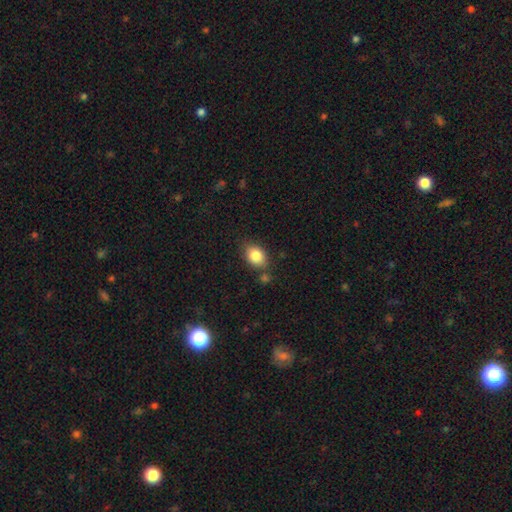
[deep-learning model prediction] Overall: smooth (85%). How rounded: in between (72%). Merging: none (75%).